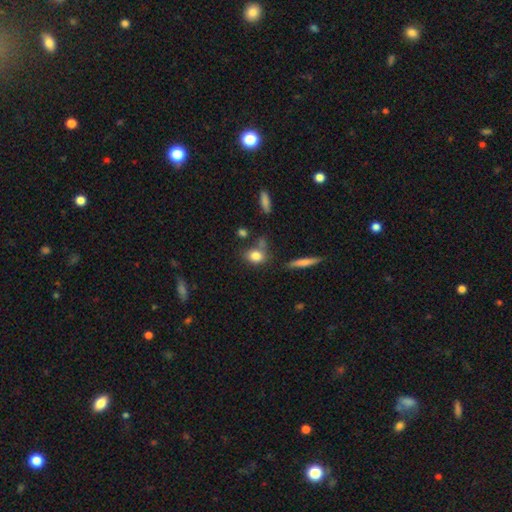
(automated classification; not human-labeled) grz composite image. It shows a smooth galaxy with no disk features (81%) that is in between round and cigar-shaped (59%). Merging: none (63%).